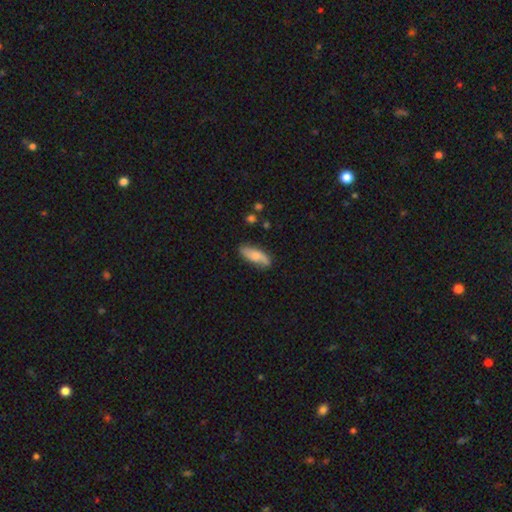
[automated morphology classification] The model was most divided on "how rounded": in between: 65%, cigar-shaped: 33%, round: 2%. More confident: merging — none (76%); smooth or featured — smooth (65%).